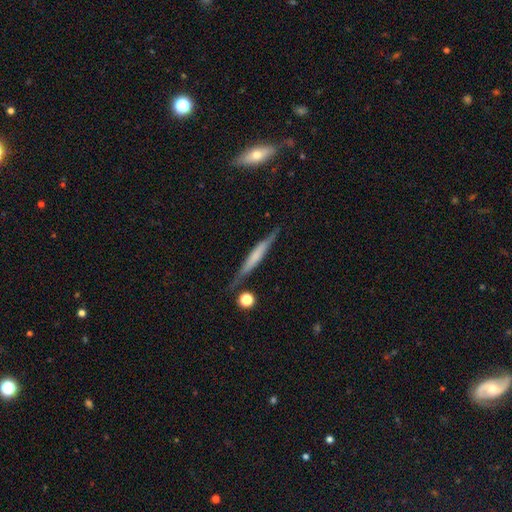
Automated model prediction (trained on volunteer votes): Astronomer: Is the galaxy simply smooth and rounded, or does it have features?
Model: featured or disk — 54% (runner-up: smooth, 40%).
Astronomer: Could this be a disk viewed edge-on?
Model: yes — 95%.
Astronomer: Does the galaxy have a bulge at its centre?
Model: none — 52%.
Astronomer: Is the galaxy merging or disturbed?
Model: none — 80%.